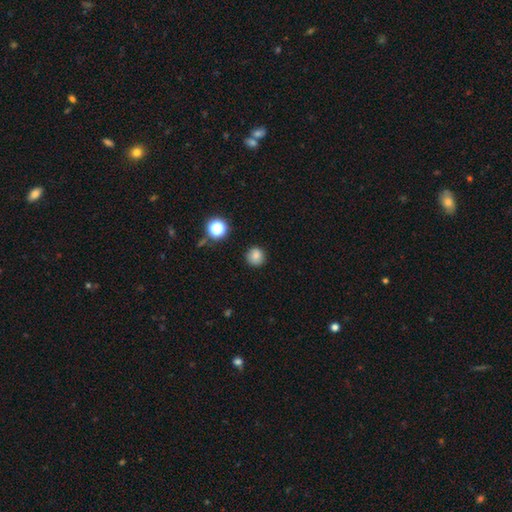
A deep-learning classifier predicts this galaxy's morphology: Overall: smooth (81%). How rounded: round (93%). Merging: none (88%).